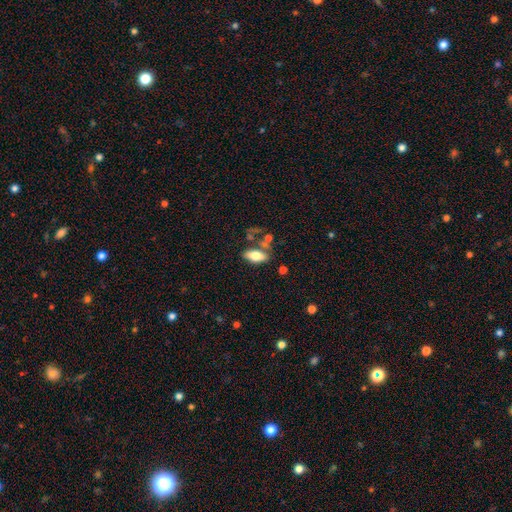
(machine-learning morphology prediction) smooth-or-featured: smooth: 70% | featured or disk: 23% | star or artifact: 7%
  how-rounded: in between: 86% | cigar-shaped: 11% | round: 3%
  merging: none: 60% | minor disturbance: 18% | merger: 15% | major disturbance: 8%